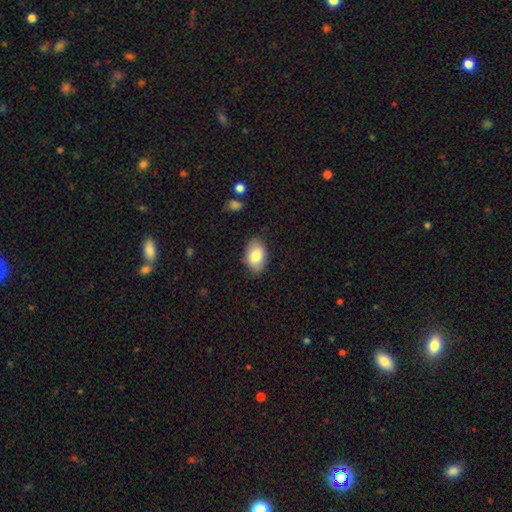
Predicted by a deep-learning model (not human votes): Smooth or featured?
  - smooth: 80% *
  - featured or disk: 13%
  - star or artifact: 7%
How rounded?
  - in between: 88% *
  - round: 11%
  - cigar-shaped: 1%
Merging?
  - none: 82% *
  - minor disturbance: 14%
  - major disturbance: 3%
  - merger: 1%